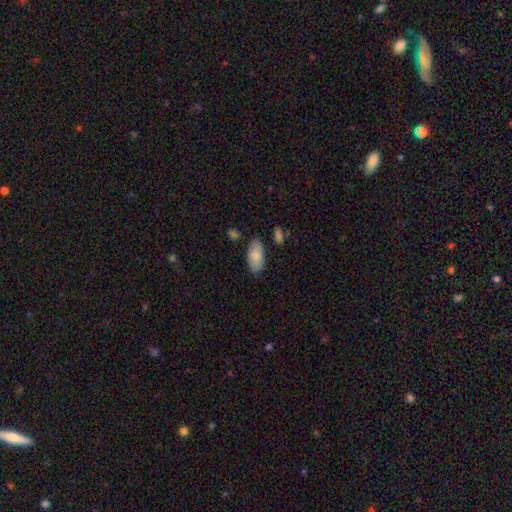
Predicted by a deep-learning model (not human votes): This is clearly a smooth galaxy (85%). How rounded: clearly in between (95%). Merging: likely none (79%).